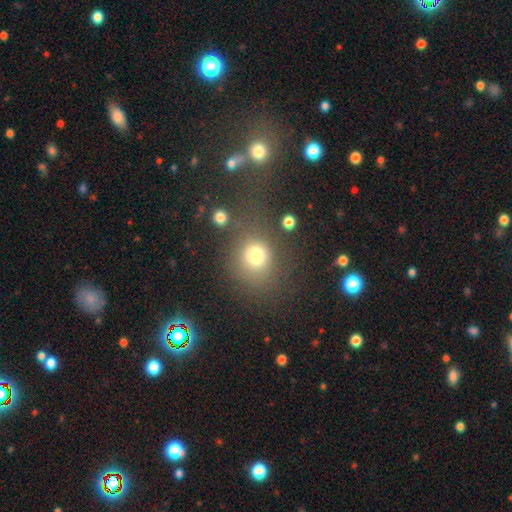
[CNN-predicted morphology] type=smooth (76%); roundness=round (81%); merging=none (65%).